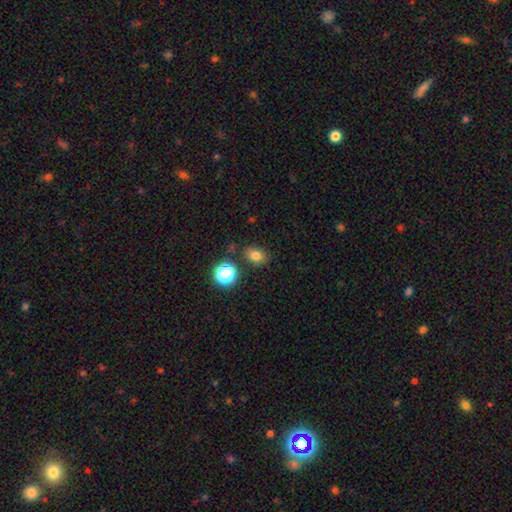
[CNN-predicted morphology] Overall: smooth (76%). How rounded: in between (59%; round 40%). Merging: none (79%).